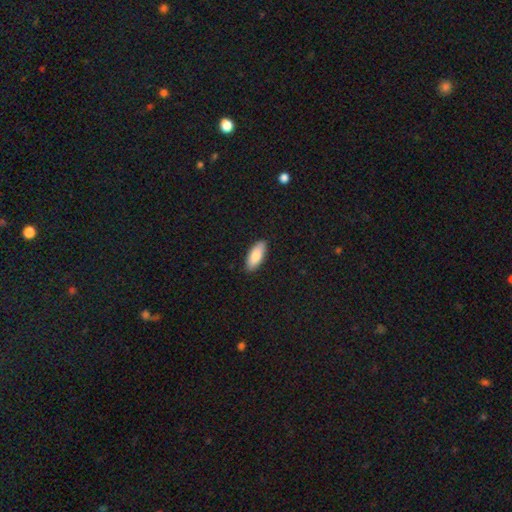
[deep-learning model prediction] Smooth or featured?
  - smooth: 84% *
  - featured or disk: 10%
  - star or artifact: 6%
How rounded?
  - in between: 83% *
  - cigar-shaped: 15%
  - round: 2%
Merging?
  - none: 89% *
  - minor disturbance: 8%
  - major disturbance: 2%
  - merger: 1%